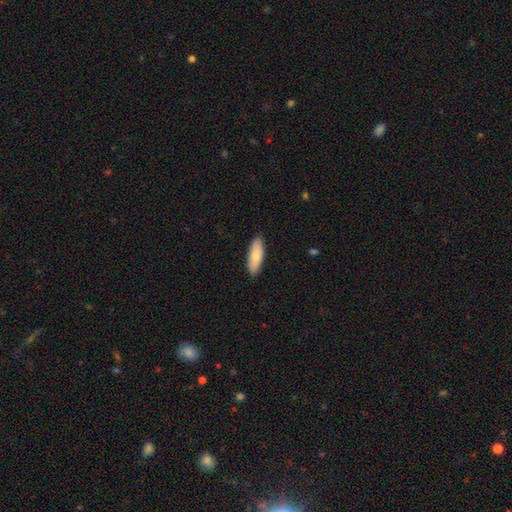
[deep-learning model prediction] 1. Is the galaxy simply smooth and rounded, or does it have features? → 79% smooth, 15% featured or disk, 5% star or artifact.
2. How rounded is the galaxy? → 59% in between, 39% cigar-shaped, 2% round.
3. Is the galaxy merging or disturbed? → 89% none, 9% minor disturbance, 2% major disturbance, 1% merger.